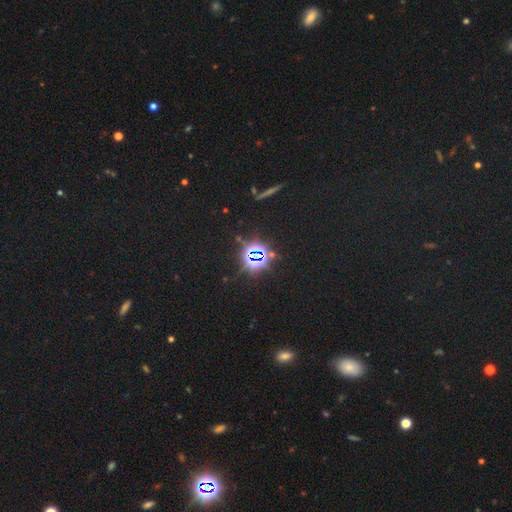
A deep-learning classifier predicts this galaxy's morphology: star or artifact 79%, smooth 12%, featured or disk 9%.